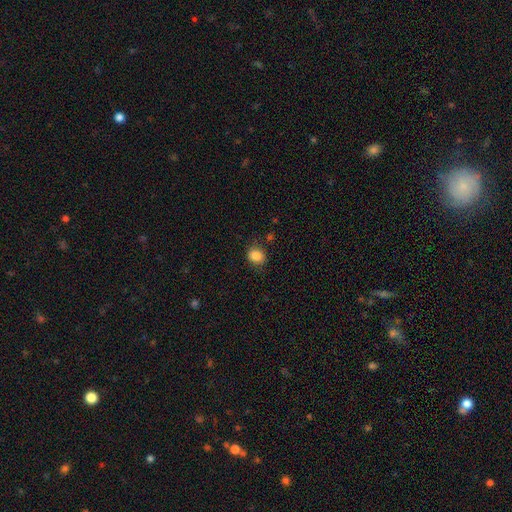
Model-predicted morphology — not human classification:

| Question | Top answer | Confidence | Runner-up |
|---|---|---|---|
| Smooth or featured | smooth | 86% | star or artifact (10%) |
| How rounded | round | 57% | in between (42%) |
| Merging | none | 80% | minor disturbance (14%) |